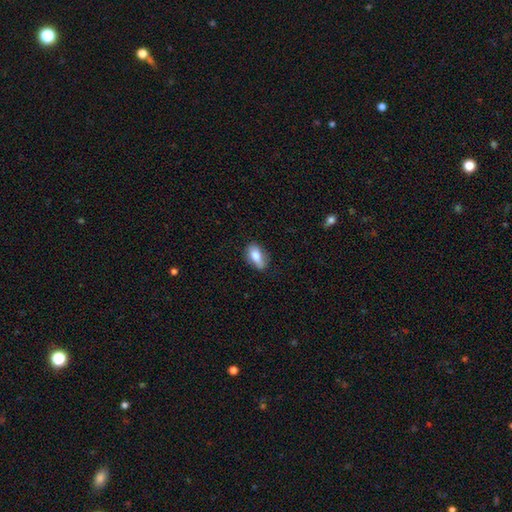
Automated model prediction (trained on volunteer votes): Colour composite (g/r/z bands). It shows a smooth galaxy with no disk features (79%) that is in between round and cigar-shaped (87%). Merging: none (70%).